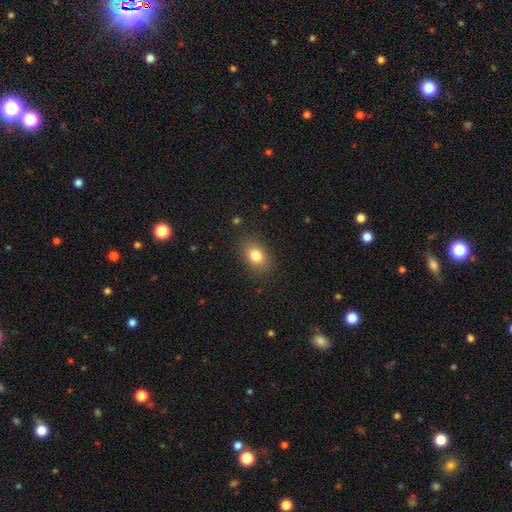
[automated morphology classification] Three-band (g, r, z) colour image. It shows a smooth galaxy with no disk features (81%) that is in between round and cigar-shaped (76%). Merging: none (85%).